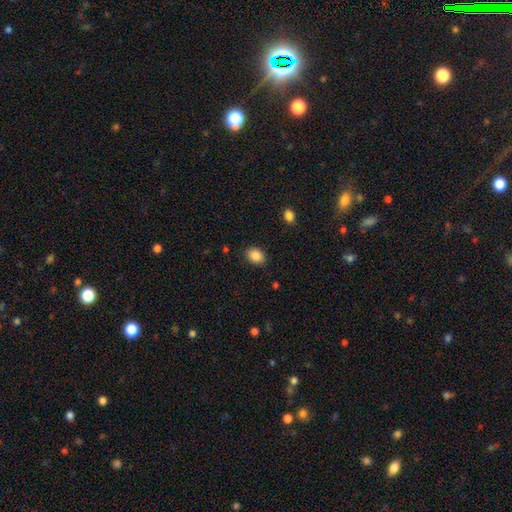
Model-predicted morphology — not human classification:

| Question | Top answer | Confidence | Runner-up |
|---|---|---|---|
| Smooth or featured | smooth | 87% | star or artifact (8%) |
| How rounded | in between | 66% | round (33%) |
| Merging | none | 85% | minor disturbance (11%) |